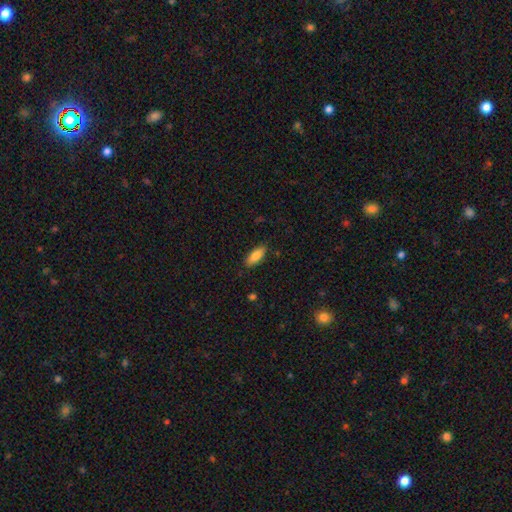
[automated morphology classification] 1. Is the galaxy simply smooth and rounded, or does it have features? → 83% smooth, 11% featured or disk, 6% star or artifact.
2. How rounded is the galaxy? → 74% in between, 24% cigar-shaped, 2% round.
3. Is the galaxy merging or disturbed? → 87% none, 10% minor disturbance, 2% major disturbance, 1% merger.